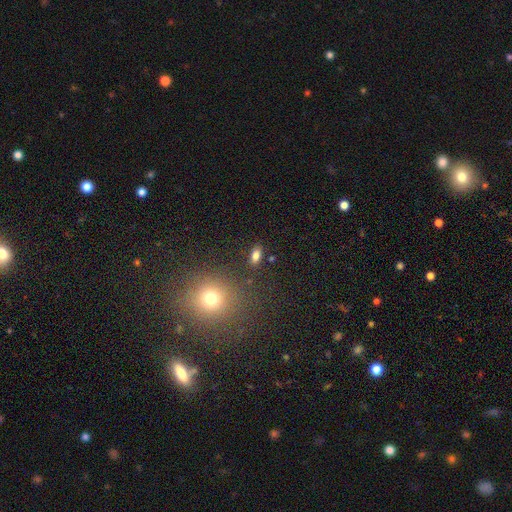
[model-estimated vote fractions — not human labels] Smooth or featured? Predicted: smooth (p=0.79). How rounded? Predicted: in between (p=0.86). Merging? Predicted: none (p=0.85).